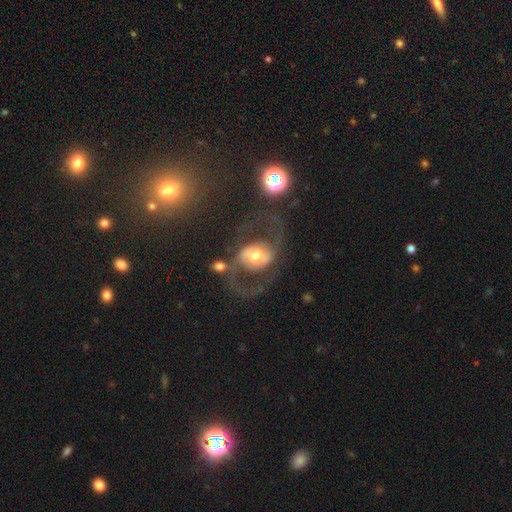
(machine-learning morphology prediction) Overall: featured or disk (74%). Edge-on disk: no (96%). Bar: no (44%; weak 34%). Spiral arms: yes (77%). Spiral arm count: 2 (89%). Spiral winding: medium (46%; loose 42%). Bulge size: moderate (67%). Merging: none (57%; major disturbance 21%).